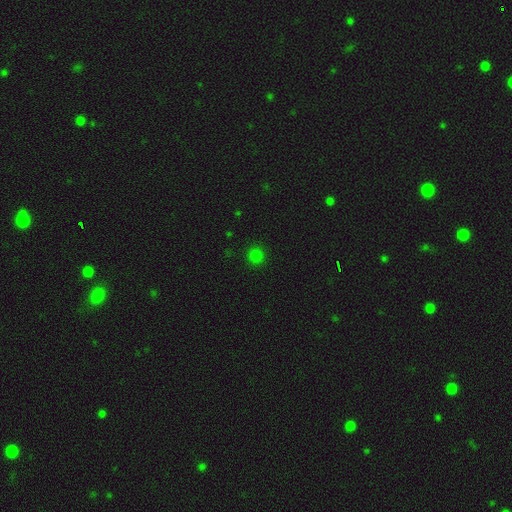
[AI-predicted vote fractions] Overall: smooth (79%). How rounded: round (94%). Merging: none (92%).